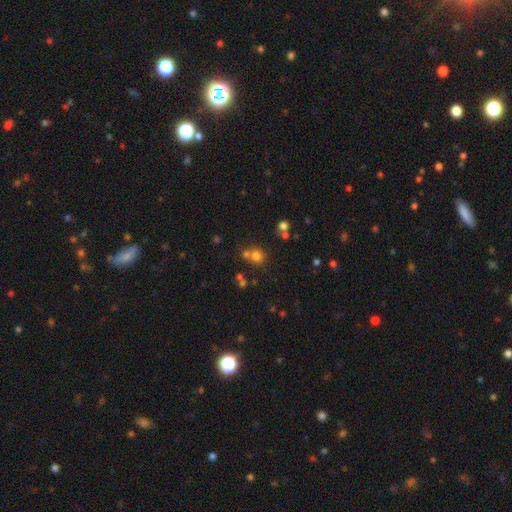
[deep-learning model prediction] smooth-or-featured: smooth: 72% | star or artifact: 19% | featured or disk: 9%
  how-rounded: round: 88% | in between: 11% | cigar-shaped: 1%
  merging: none: 61% | merger: 28% | minor disturbance: 8% | major disturbance: 4%